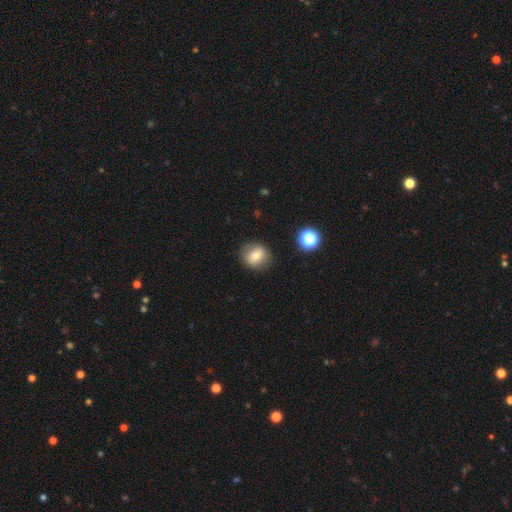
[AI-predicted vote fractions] Morphology: type=smooth (72%); roundness=round (81%); merging=none (85%).